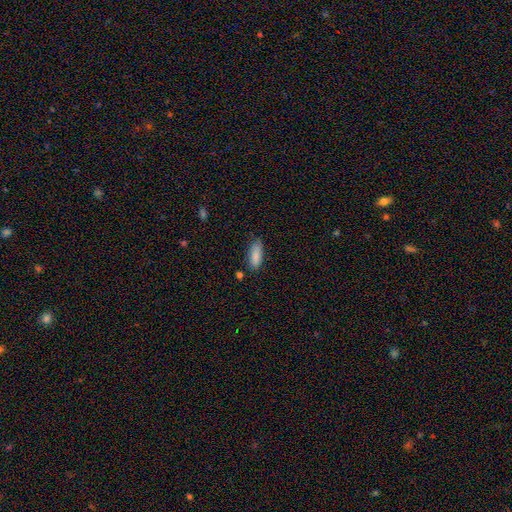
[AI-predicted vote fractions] Smooth or featured? Predicted: smooth (p=0.87). How rounded? Predicted: in between (p=0.73). Merging? Predicted: none (p=0.75).